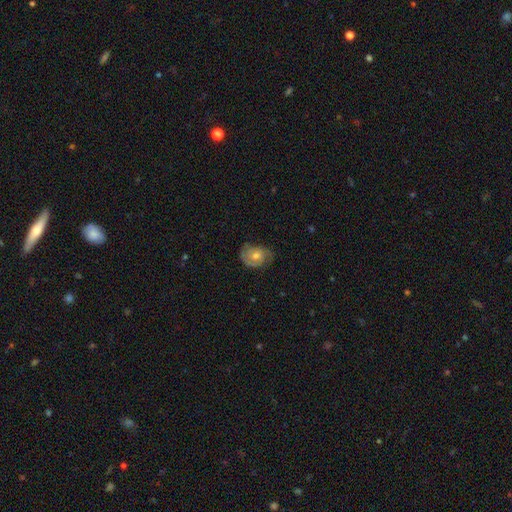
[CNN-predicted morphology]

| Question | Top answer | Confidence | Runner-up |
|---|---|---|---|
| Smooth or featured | featured or disk | 70% | smooth (23%) |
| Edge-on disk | no | 97% | yes (3%) |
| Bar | no | 71% | weak (25%) |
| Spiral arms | yes | 89% | no (11%) |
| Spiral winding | tight | 56% | medium (34%) |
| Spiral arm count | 2 | 62% | can't tell (19%) |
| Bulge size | moderate | 65% | small (27%) |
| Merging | none | 70% | minor disturbance (21%) |